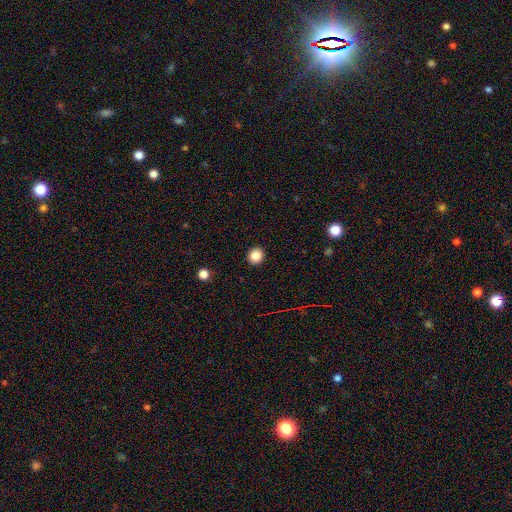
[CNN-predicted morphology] A smooth galaxy with no disk features (85%) that is round (89%). Merging: none (93%).